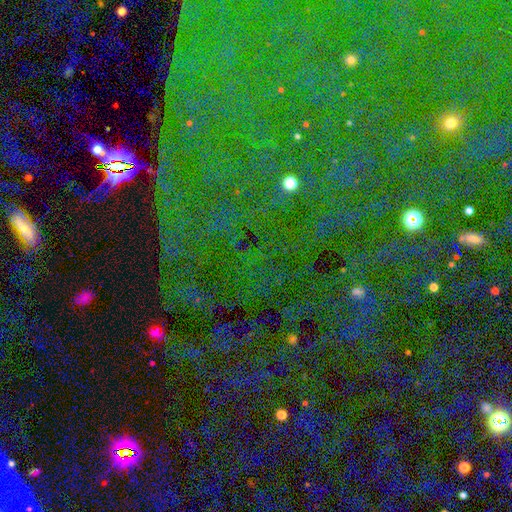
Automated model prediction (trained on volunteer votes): smooth-or-featured: star or artifact: 81% | smooth: 11% | featured or disk: 8%